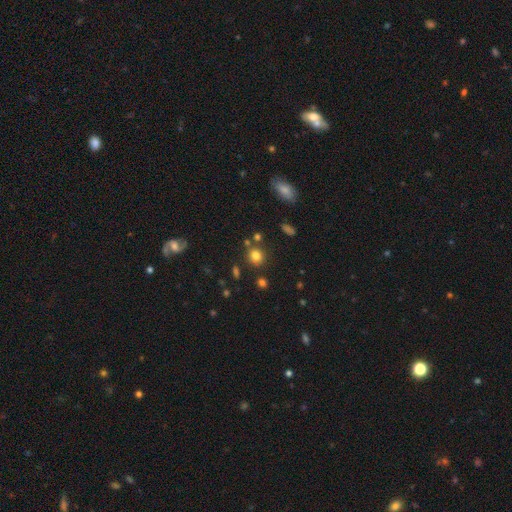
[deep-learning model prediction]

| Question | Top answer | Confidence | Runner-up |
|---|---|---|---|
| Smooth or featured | smooth | 79% | star or artifact (14%) |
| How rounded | round | 81% | in between (18%) |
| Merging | none | 79% | minor disturbance (10%) |